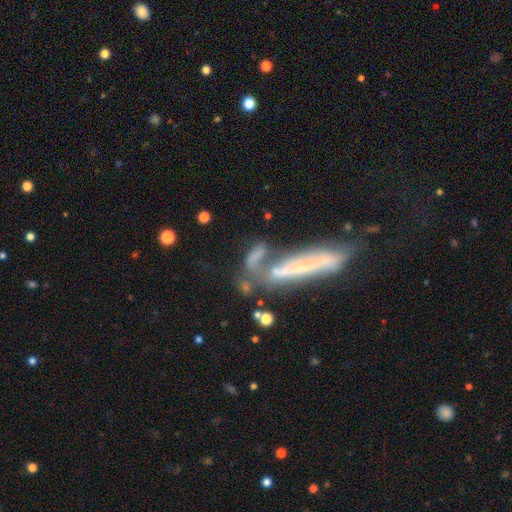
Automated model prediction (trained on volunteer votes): Q: Smooth or featured?
A: smooth (47%); runner-up: featured or disk (39%)
Q: Merging?
A: merger (42%); runner-up: none (25%)